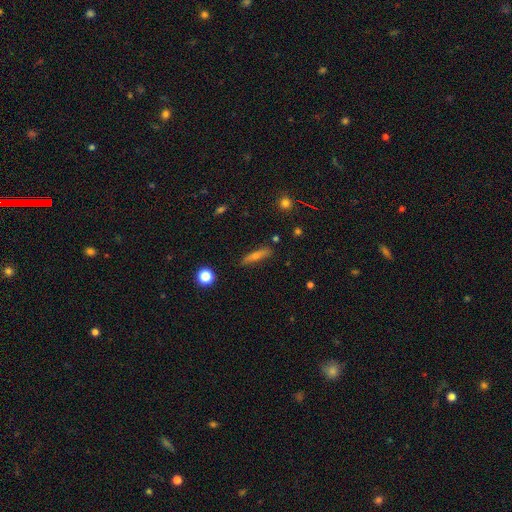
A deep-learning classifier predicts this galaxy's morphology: smooth 52%, featured or disk 36%, star or artifact 11%. Down the decision tree: how rounded — cigar-shaped (83%); merging — none (86%).